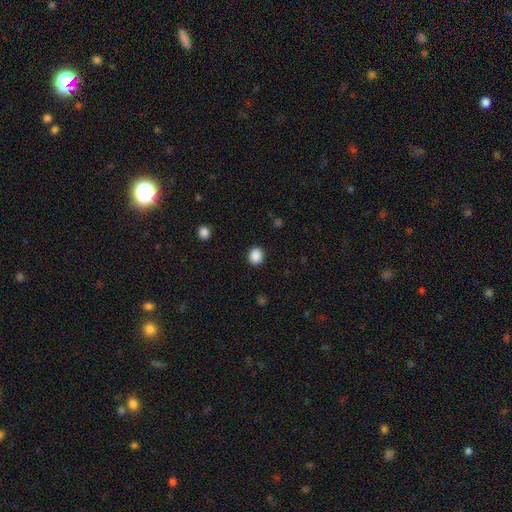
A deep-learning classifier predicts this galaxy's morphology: Smooth or featured?
  - smooth: 88% *
  - star or artifact: 9%
  - featured or disk: 2%
How rounded?
  - round: 72% *
  - in between: 27%
  - cigar-shaped: 1%
Merging?
  - none: 90% *
  - minor disturbance: 6%
  - major disturbance: 2%
  - merger: 1%